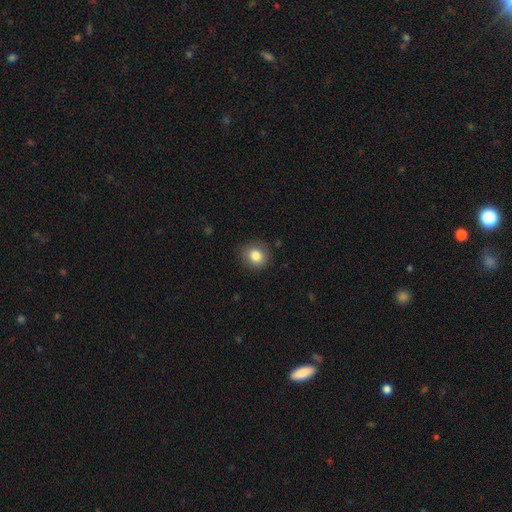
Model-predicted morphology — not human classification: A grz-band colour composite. It shows a smooth galaxy with no disk features (84%) that is round (76%). Merging: none (85%).